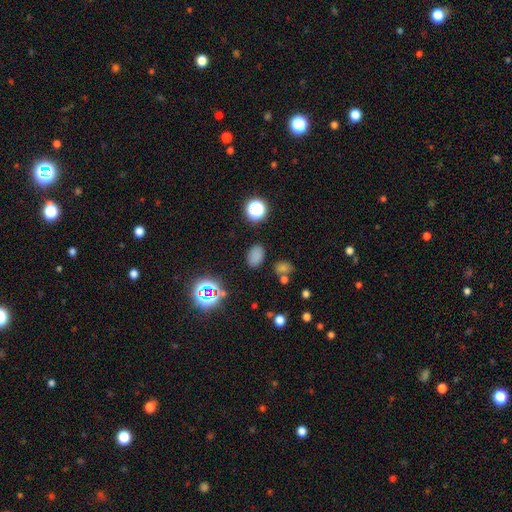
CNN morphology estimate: This is likely a smooth galaxy (73%). How rounded: clearly in between (83%). Merging: clearly none (83%).